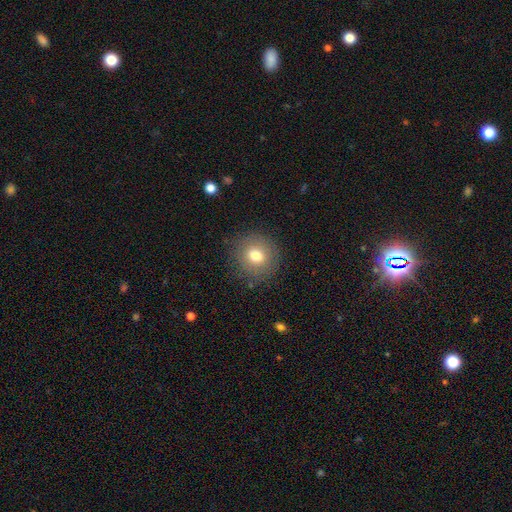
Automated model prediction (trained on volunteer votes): smooth_or_featured: smooth (p=0.74) [alt: featured or disk p=0.15]
how_rounded: round (p=0.89) [alt: in between p=0.10]
merging: none (p=0.86) [alt: minor disturbance p=0.09]